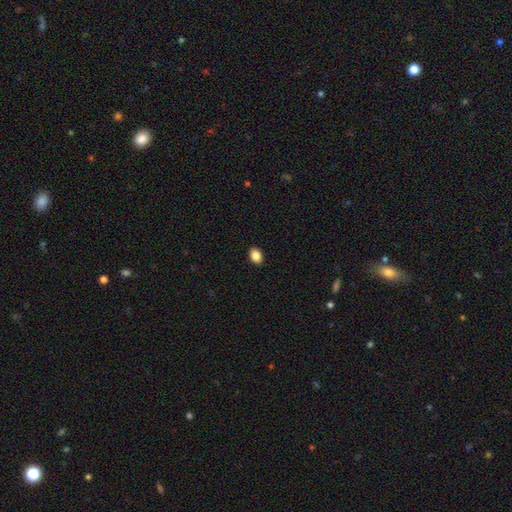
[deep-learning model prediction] smooth-or-featured: smooth: 87% | star or artifact: 9% | featured or disk: 4%
  how-rounded: in between: 75% | round: 24% | cigar-shaped: 1%
  merging: none: 91% | minor disturbance: 7% | major disturbance: 2% | merger: 1%